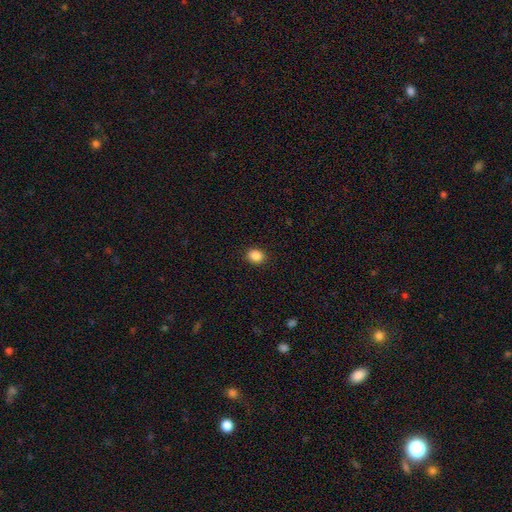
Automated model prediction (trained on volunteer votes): Smooth or featured: smooth — 87% (star or artifact — 10%)
How rounded: round — 57% (in between — 42%)
Merging: none — 91% (minor disturbance — 6%)